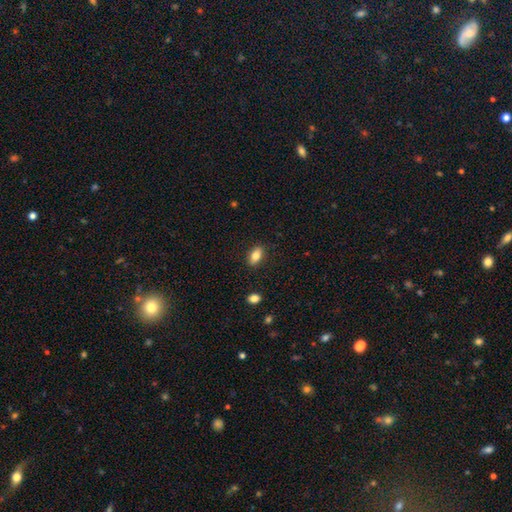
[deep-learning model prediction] Smooth or featured? Predicted: smooth (p=0.83). How rounded? Predicted: in between (p=0.89). Merging? Predicted: none (p=0.88).